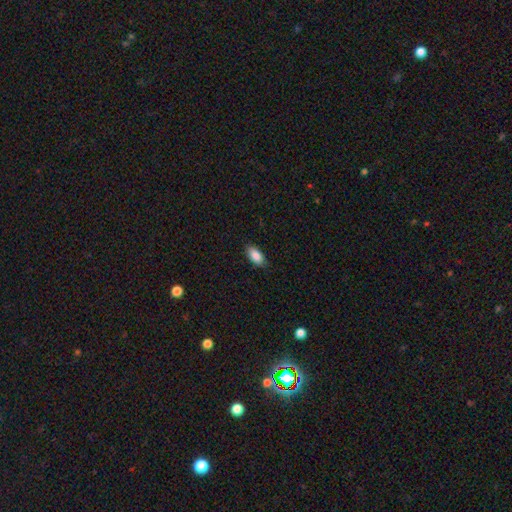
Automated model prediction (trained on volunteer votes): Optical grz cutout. It shows a smooth galaxy with no disk features (89%) that is in between round and cigar-shaped (91%). Merging: none (85%).